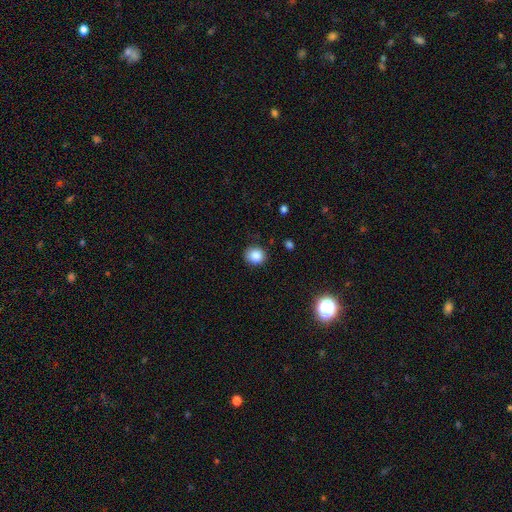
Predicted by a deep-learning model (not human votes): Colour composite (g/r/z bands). It shows a smooth galaxy with no disk features (85%) that is round (80%). Merging: none (85%).